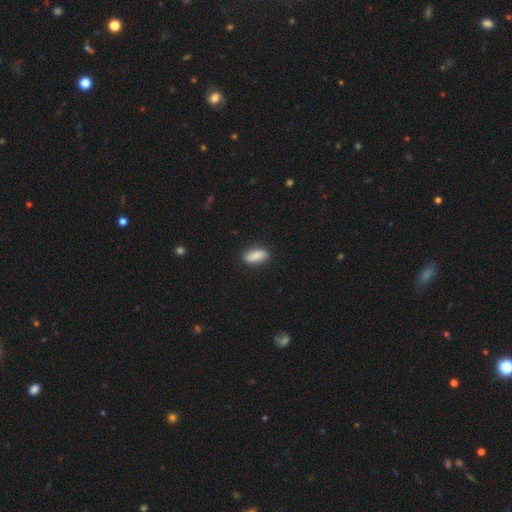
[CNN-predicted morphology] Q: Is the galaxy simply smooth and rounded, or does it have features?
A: smooth — 85%.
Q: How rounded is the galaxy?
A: in between — 75%.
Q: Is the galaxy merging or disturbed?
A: none — 85%.